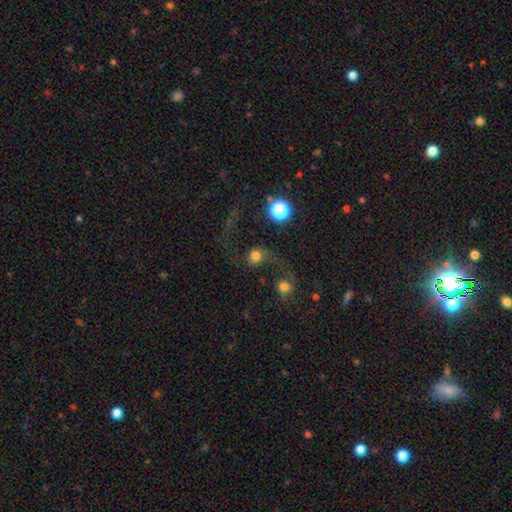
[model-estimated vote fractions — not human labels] smooth-or-featured: smooth: 44% | featured or disk: 41% | star or artifact: 15%
  merging: none: 37% | merger: 28% | major disturbance: 23% | minor disturbance: 12%